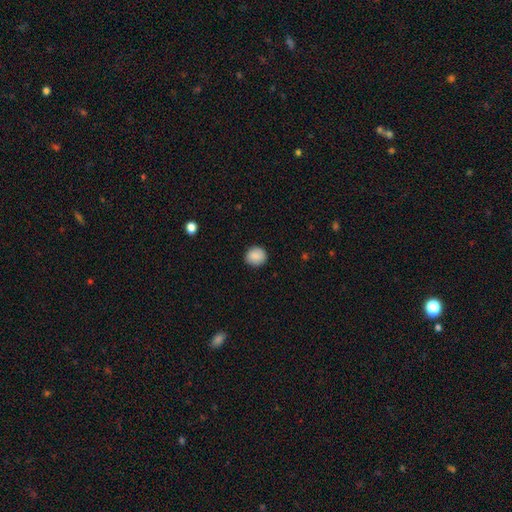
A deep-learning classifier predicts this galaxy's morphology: A smooth galaxy with no disk features (87%) that is round (87%).

Vote fractions:
- Smooth or featured? smooth: 87% / star or artifact: 8% / featured or disk: 5%
- How rounded? round: 87% / in between: 12% / cigar-shaped: 1%
- Merging? none: 88% / minor disturbance: 9% / major disturbance: 2% / merger: 1%